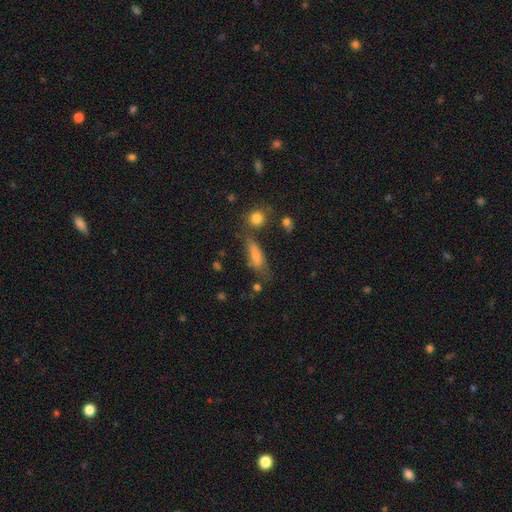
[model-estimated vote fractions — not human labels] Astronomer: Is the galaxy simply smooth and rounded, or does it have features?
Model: smooth — 73%.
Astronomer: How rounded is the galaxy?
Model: in between — 58% (runner-up: cigar-shaped, 37%).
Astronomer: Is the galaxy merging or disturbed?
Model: none — 47% (runner-up: minor disturbance, 26%).